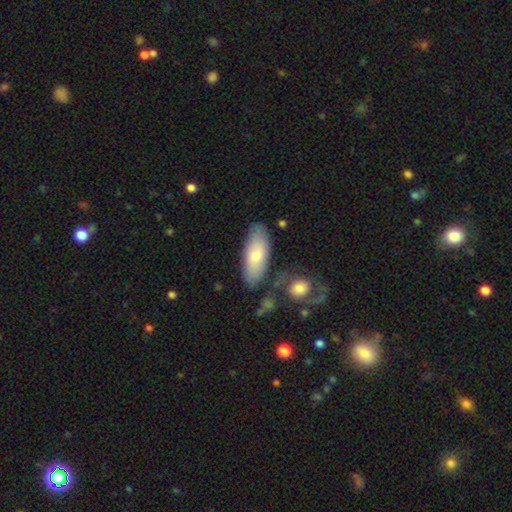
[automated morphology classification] Smooth or featured? smooth (72%)
How rounded? in between (81%)
Merging? none (75%)